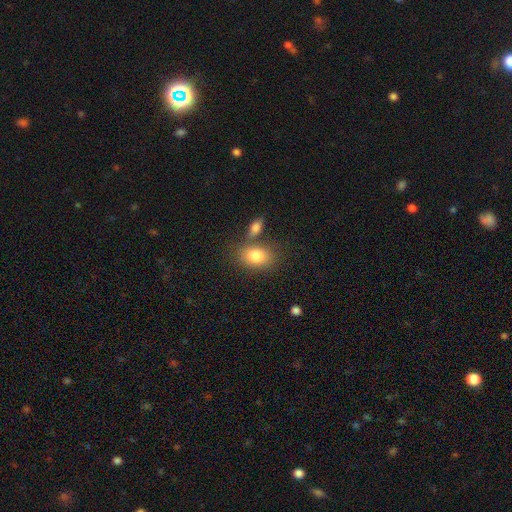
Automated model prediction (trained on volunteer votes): smooth 82%, featured or disk 10%, star or artifact 8%. Down the decision tree: how rounded — in between (80%); merging — none (62%).